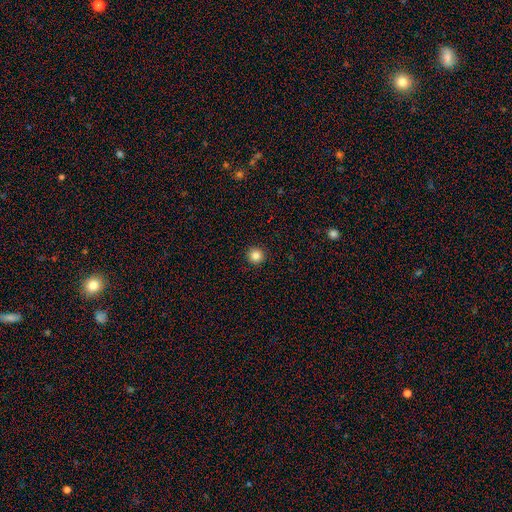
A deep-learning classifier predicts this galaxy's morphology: Overall: smooth (84%). How rounded: round (96%). Merging: none (93%).